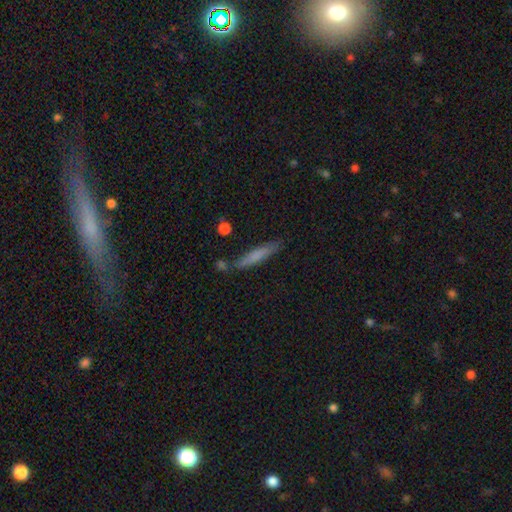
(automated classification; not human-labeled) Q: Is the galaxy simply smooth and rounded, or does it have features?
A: smooth — 69%.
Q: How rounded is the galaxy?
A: cigar-shaped — 92%.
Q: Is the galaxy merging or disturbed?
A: none — 78%.